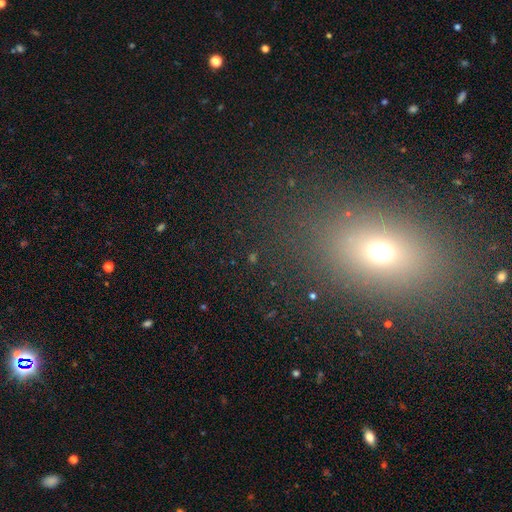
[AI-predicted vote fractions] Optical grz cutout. It shows a smooth galaxy with no disk features (45%). Merging: none (75%).